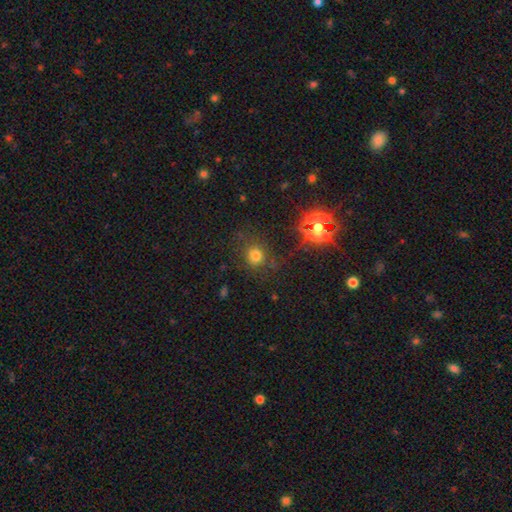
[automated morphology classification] Smooth or featured? Predicted: smooth (p=0.69). How rounded? Predicted: round (p=0.87). Merging? Predicted: none (p=0.79).